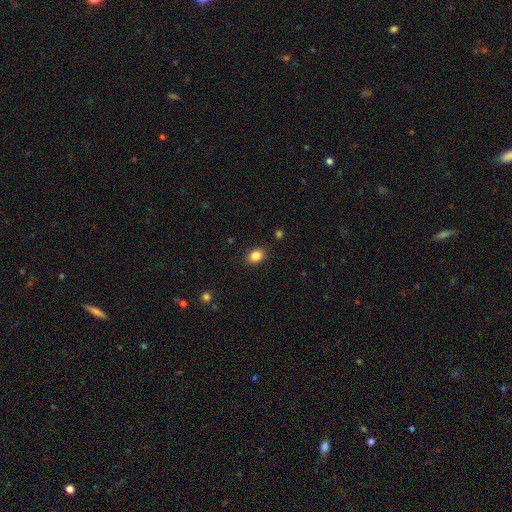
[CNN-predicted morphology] type=smooth (86%); roundness=in between (68%); merging=none (88%).